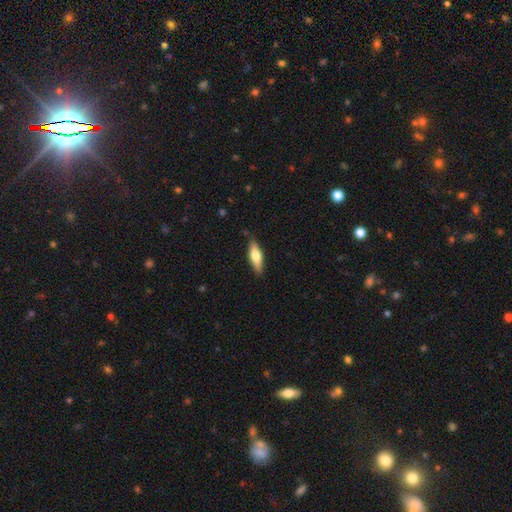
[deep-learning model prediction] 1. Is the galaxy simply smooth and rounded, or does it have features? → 60% smooth, 34% featured or disk, 6% star or artifact.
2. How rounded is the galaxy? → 49% cigar-shaped (tied), 49% in between (tied), 2% round.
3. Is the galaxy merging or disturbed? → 85% none, 11% minor disturbance, 2% major disturbance, 1% merger.